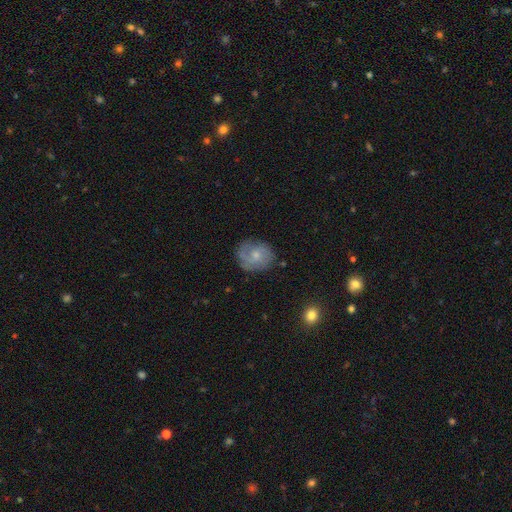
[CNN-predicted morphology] Smooth or featured? smooth (49%)
Merging? none (68%)